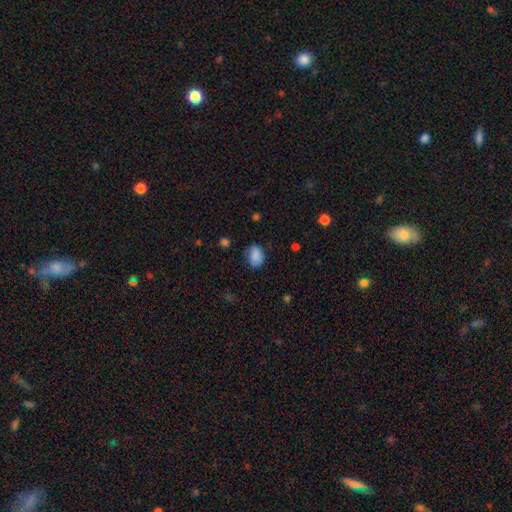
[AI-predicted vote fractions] A smooth galaxy with no disk features (86%) that is in between round and cigar-shaped (68%). Merging: none (69%).